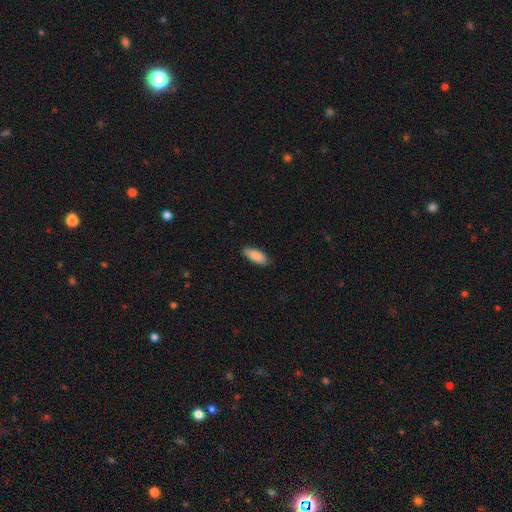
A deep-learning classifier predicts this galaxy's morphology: smooth_or_featured: smooth (p=0.88) [alt: featured or disk p=0.06]
how_rounded: in between (p=0.83) [alt: cigar-shaped p=0.15]
merging: none (p=0.83) [alt: minor disturbance p=0.13]